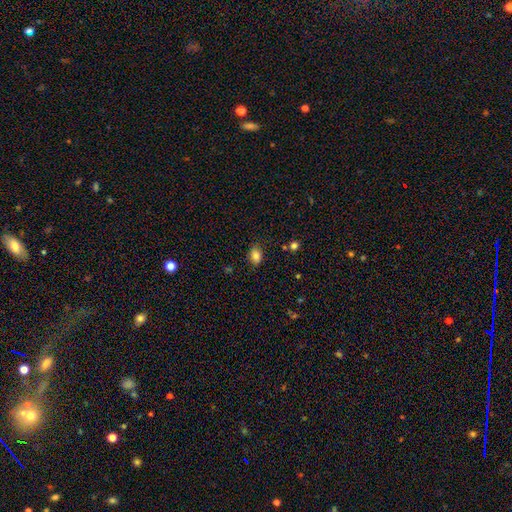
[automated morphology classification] A smooth galaxy with no disk features (83%) that is in between round and cigar-shaped (72%).

Vote fractions:
- Smooth or featured? smooth: 83% / star or artifact: 10% / featured or disk: 7%
- How rounded? in between: 72% / round: 26% / cigar-shaped: 1%
- Merging? none: 81% / minor disturbance: 15% / major disturbance: 3% / merger: 2%